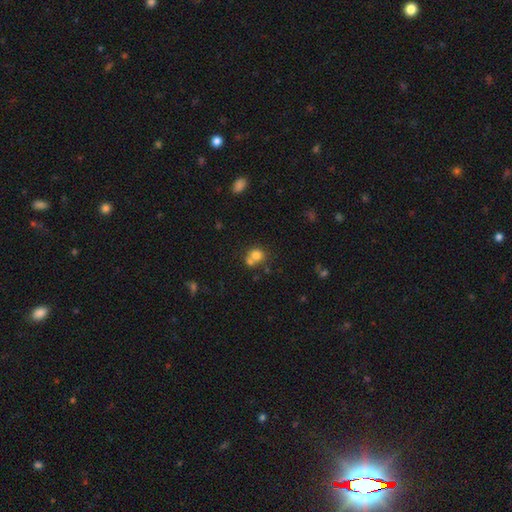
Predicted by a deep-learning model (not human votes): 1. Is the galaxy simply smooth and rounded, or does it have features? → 75% smooth, 13% featured or disk, 12% star or artifact.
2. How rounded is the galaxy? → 80% round, 19% in between, 1% cigar-shaped.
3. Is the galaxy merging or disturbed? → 46% merger, 42% none, 8% minor disturbance, 4% major disturbance.